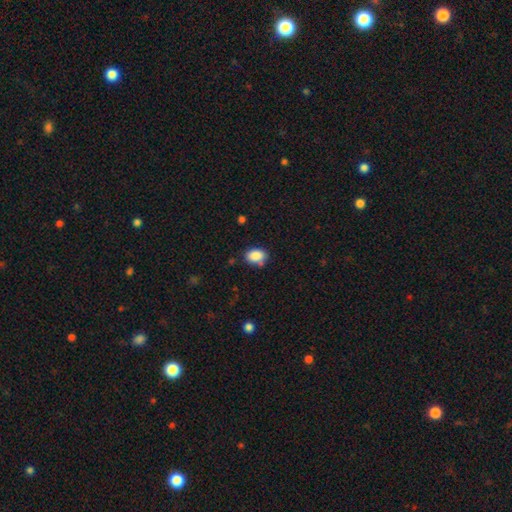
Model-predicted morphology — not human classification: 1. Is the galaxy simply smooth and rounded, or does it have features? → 87% smooth, 8% star or artifact, 5% featured or disk.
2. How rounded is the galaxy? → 78% in between, 21% round, 1% cigar-shaped.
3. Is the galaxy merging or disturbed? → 73% none, 18% minor disturbance, 5% merger, 4% major disturbance.